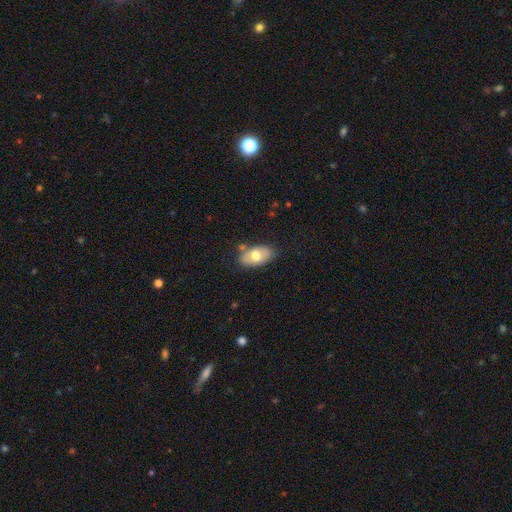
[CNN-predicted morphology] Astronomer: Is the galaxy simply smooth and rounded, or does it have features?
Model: smooth — 68%.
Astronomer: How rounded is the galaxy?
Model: in between — 92%.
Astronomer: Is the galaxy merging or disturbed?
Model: none — 75%.